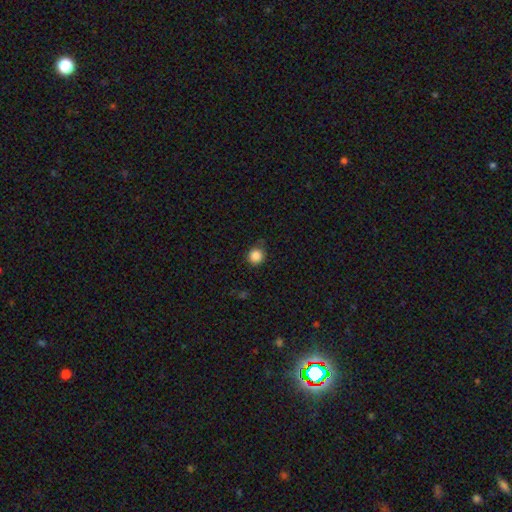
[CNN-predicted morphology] Smooth or featured: smooth — 86% (star or artifact — 11%)
How rounded: round — 90% (in between — 9%)
Merging: none — 80% (minor disturbance — 15%)